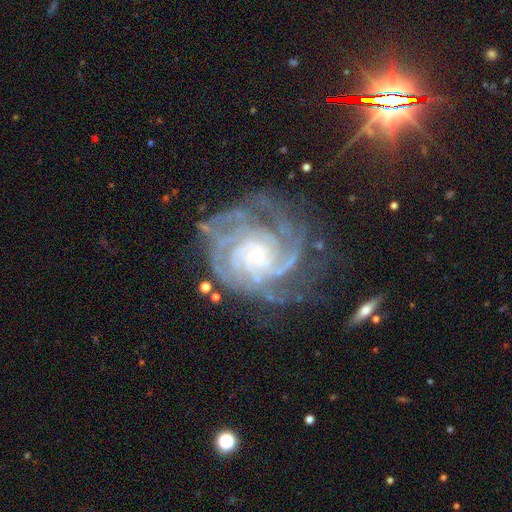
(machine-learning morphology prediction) Overall: featured or disk (90%). Edge-on disk: no (98%). Bar: no (71%). Spiral arms: yes (98%). Spiral arm count: 4 (23%; can't tell 22%). Spiral winding: tight (72%). Bulge size: small (70%). Merging: none (64%).